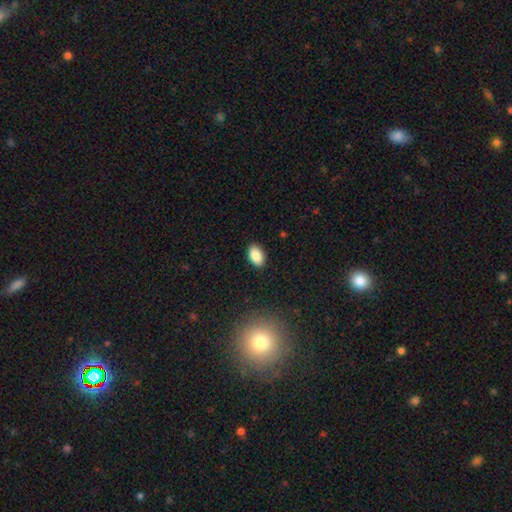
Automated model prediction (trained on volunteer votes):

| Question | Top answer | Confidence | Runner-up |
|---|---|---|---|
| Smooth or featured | smooth | 88% | star or artifact (8%) |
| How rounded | in between | 93% | round (6%) |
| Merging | none | 88% | minor disturbance (9%) |